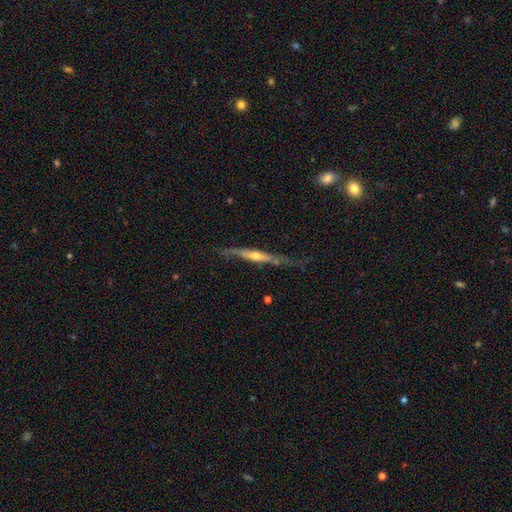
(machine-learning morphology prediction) This is likely a featured or disk galaxy (75%). It is clearly viewed edge-on (89%). Edge-on bulge: likely rounded (69%). Merging: likely none (62%).